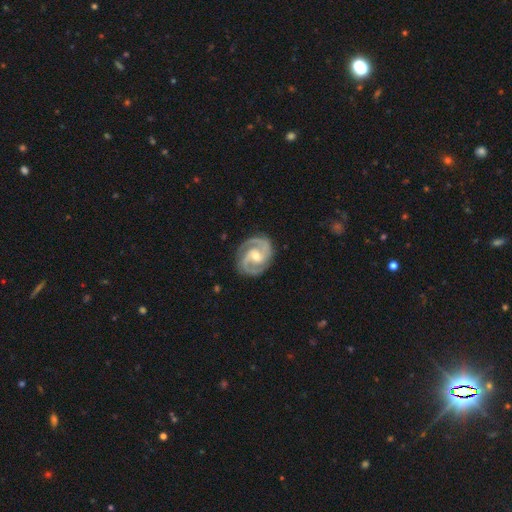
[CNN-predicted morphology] The model was most divided on "spiral winding": medium: 51%, tight: 42%, loose: 7%. Remaining: spiral arms — yes (98%); edge-on disk — no (98%); smooth or featured — featured or disk (92%); spiral arm count — 2 (88%); merging — none (85%); bulge size — moderate (60%); bar — weak (46%).